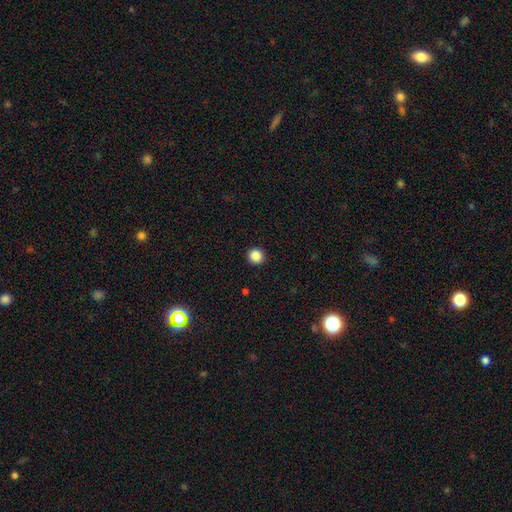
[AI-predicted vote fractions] A smooth galaxy with no disk features (87%) that is round (95%).

Vote fractions:
- Smooth or featured? smooth: 87% / star or artifact: 10% / featured or disk: 3%
- How rounded? round: 95% / in between: 4% / cigar-shaped: 1%
- Merging? none: 93% / minor disturbance: 5% / major disturbance: 2% / merger: 1%